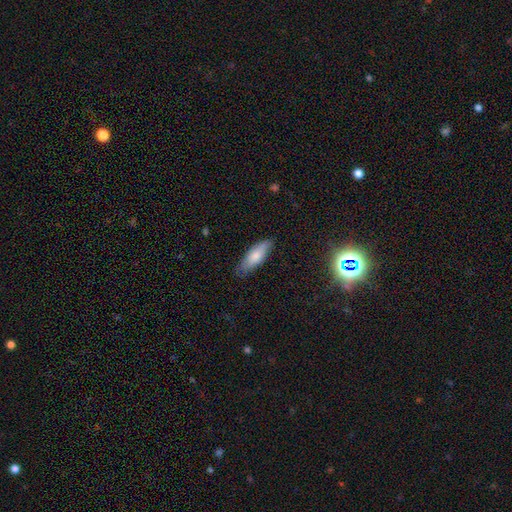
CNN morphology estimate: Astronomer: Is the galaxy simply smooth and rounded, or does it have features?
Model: smooth — 77%.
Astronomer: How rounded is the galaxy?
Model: in between — 63%.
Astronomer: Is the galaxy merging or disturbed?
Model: none — 77%.